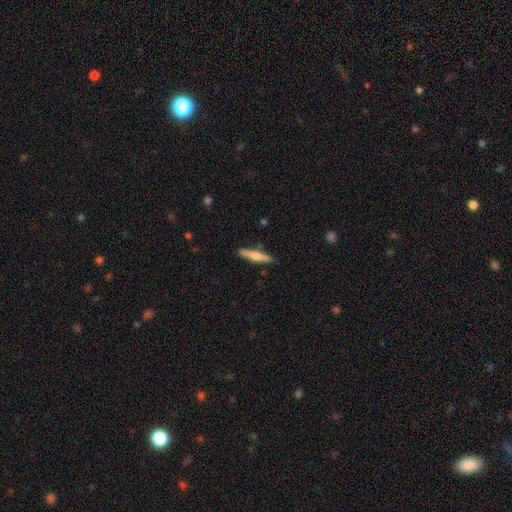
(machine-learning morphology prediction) smooth_or_featured: smooth (p=0.60) [alt: featured or disk p=0.34]
how_rounded: cigar-shaped (p=0.90) [alt: in between p=0.09]
merging: none (p=0.88) [alt: minor disturbance p=0.08]